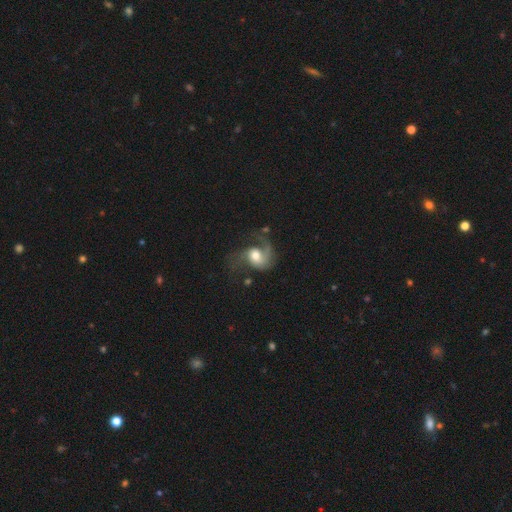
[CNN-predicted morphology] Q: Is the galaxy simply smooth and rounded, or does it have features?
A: featured or disk — 70%.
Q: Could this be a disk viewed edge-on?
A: no — 97%.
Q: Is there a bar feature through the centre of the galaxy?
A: no — 64%.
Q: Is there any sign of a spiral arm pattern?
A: yes — 91%.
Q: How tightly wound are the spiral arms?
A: loose — 50%.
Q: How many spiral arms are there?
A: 2 — 46%.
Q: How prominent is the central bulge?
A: moderate — 60%.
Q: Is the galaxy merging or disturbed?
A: major disturbance — 39%.